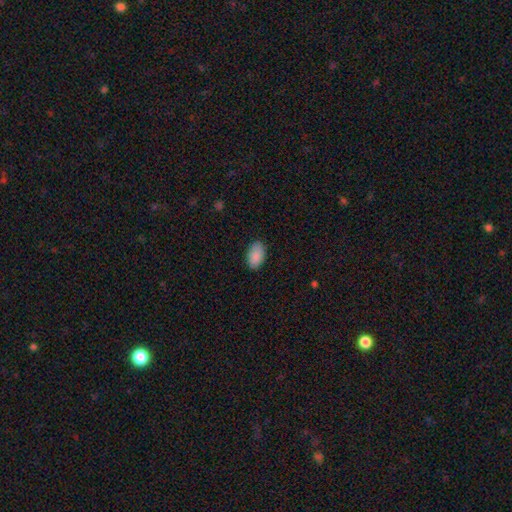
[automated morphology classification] smooth_or_featured: smooth (p=0.89) [alt: star or artifact p=0.07]
how_rounded: in between (p=0.94) [alt: round p=0.04]
merging: none (p=0.85) [alt: minor disturbance p=0.11]